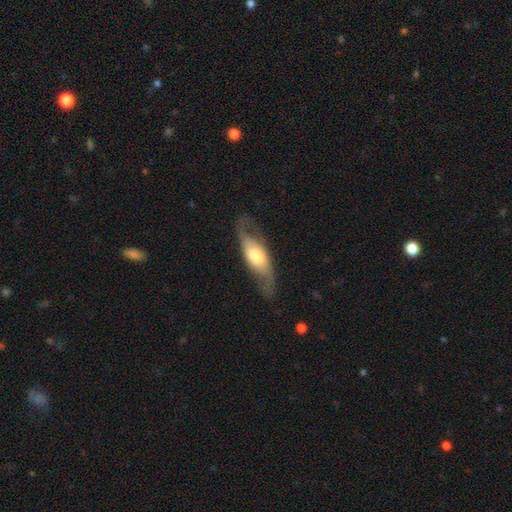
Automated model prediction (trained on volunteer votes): Morphology: type=featured or disk (64%); edge-on=no (73%); merging=none (74%).